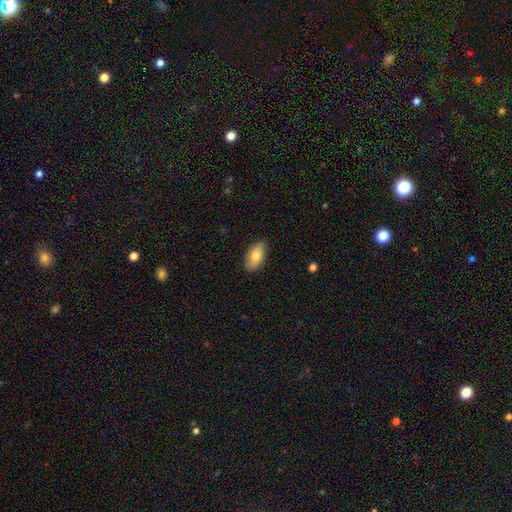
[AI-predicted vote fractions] Overall: smooth (77%). How rounded: in between (92%). Merging: none (82%).